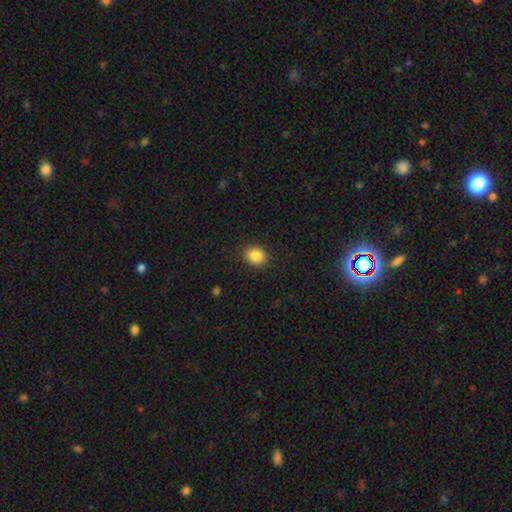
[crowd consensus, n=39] Smooth or featured? smooth (85%)
How rounded? round (61%)
Merging? none (97%)